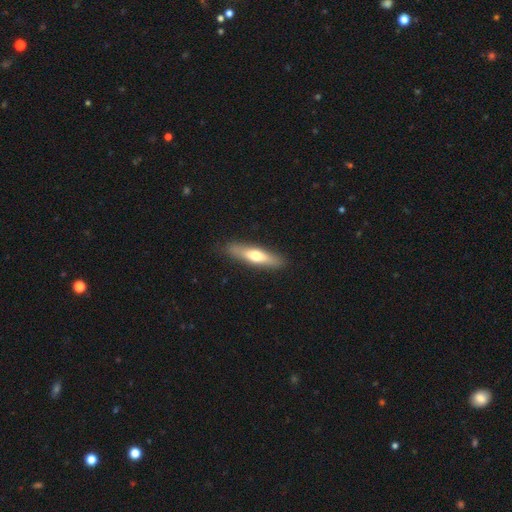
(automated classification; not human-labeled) smooth 57%, featured or disk 37%, star or artifact 5%. Down the decision tree: how rounded — cigar-shaped (73%); merging — none (88%).